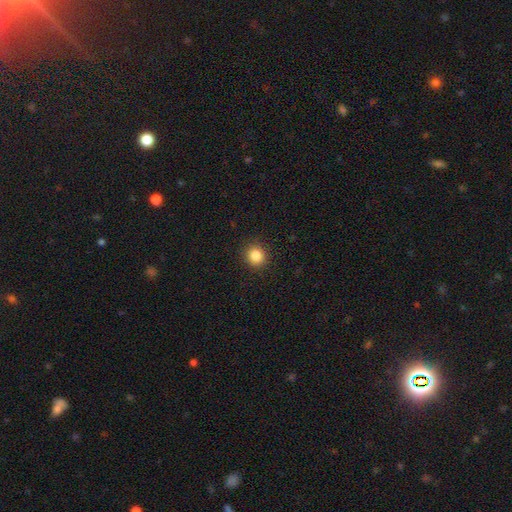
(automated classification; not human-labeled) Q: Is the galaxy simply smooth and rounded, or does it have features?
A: smooth — 85%.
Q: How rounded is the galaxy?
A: round — 90%.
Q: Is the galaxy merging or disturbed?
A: none — 91%.